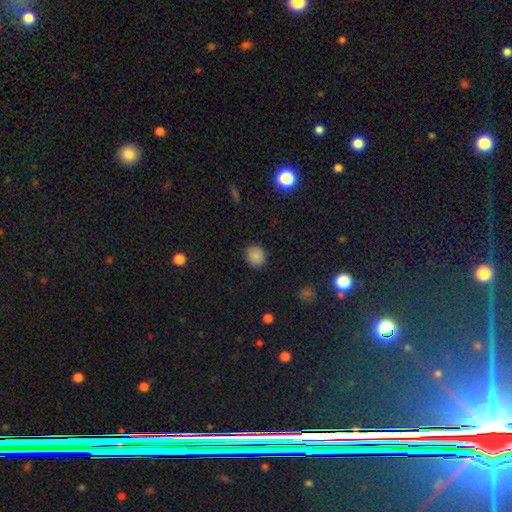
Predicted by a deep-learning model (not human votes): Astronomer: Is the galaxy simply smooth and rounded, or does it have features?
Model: smooth — 86%.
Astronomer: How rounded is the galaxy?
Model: round — 82%.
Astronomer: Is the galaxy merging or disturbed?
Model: none — 88%.